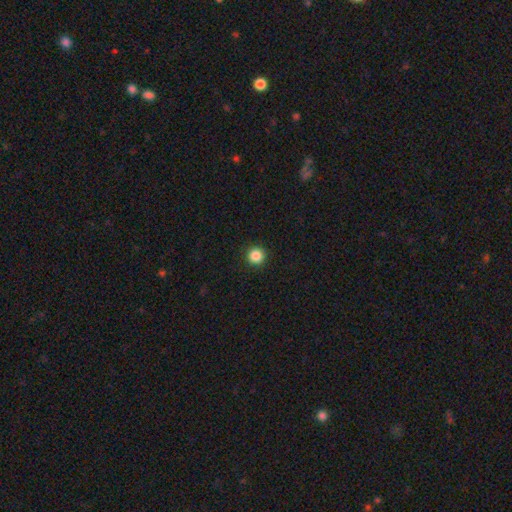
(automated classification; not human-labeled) Overall: smooth (86%). How rounded: round (96%). Merging: none (93%).